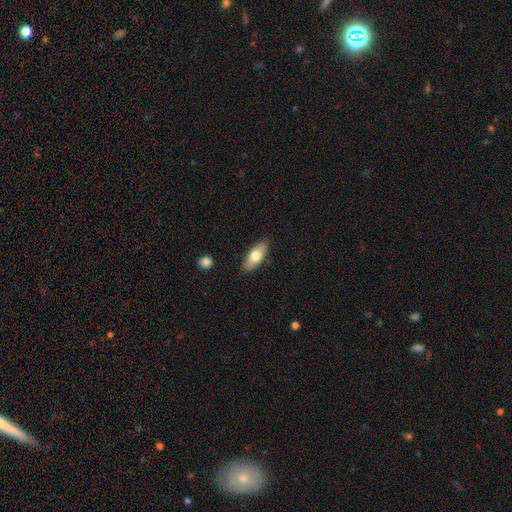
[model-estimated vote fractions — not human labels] A smooth galaxy with no disk features (71%) that is in between round and cigar-shaped (81%).

Vote fractions:
- Smooth or featured? smooth: 71% / featured or disk: 23% / star or artifact: 6%
- How rounded? in between: 81% / cigar-shaped: 16% / round: 3%
- Merging? none: 86% / minor disturbance: 10% / major disturbance: 2% / merger: 2%